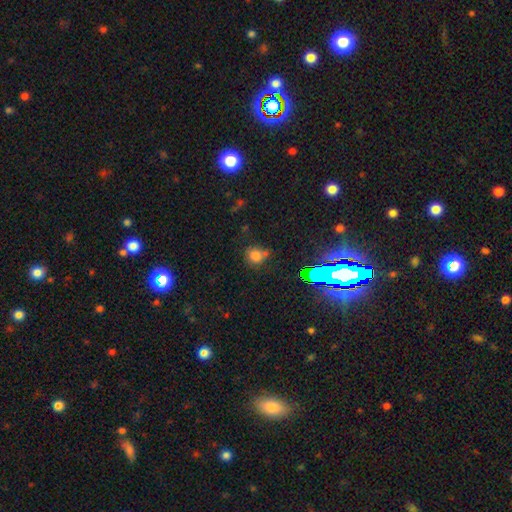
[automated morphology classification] type=smooth (73%); roundness=round (82%); merging=none (63%).